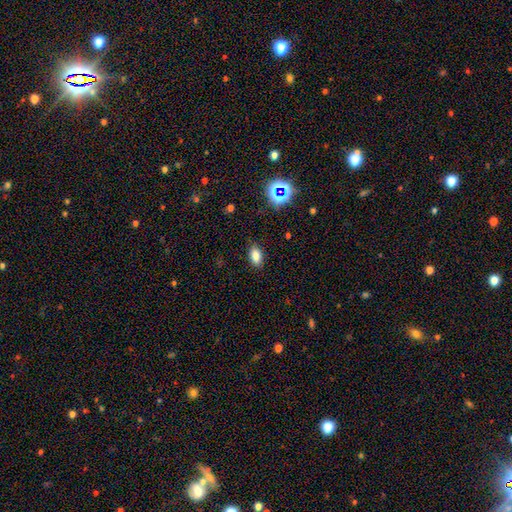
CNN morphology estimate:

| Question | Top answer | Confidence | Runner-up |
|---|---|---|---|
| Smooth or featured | smooth | 80% | star or artifact (13%) |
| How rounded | in between | 89% | round (8%) |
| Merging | none | 86% | minor disturbance (10%) |